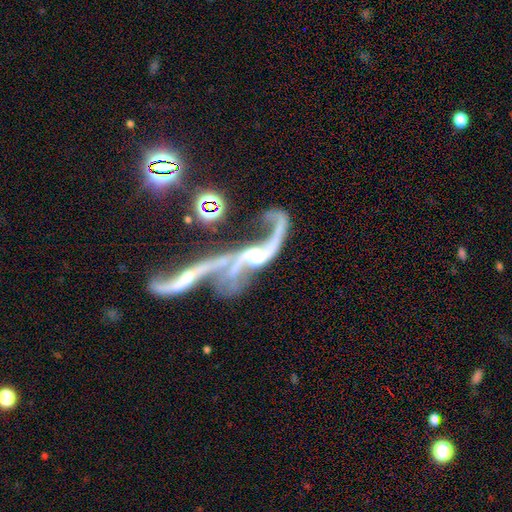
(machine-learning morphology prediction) Overall: featured or disk (80%). Edge-on disk: no (87%). Bar: no (60%; weak 26%). Spiral arms: yes (80%). Spiral arm count: 2 (74%). Spiral winding: loose (90%). Bulge size: moderate (38%; small 37%). Merging: merger (57%; major disturbance 21%).